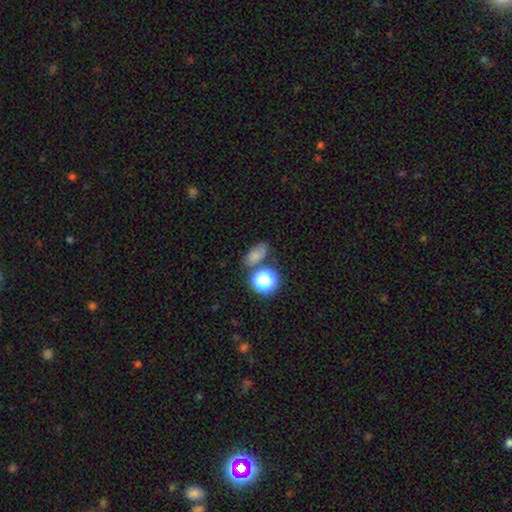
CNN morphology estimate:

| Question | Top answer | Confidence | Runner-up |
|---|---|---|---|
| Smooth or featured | smooth | 73% | star or artifact (19%) |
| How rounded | in between | 71% | round (25%) |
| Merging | none | 64% | merger (16%) |